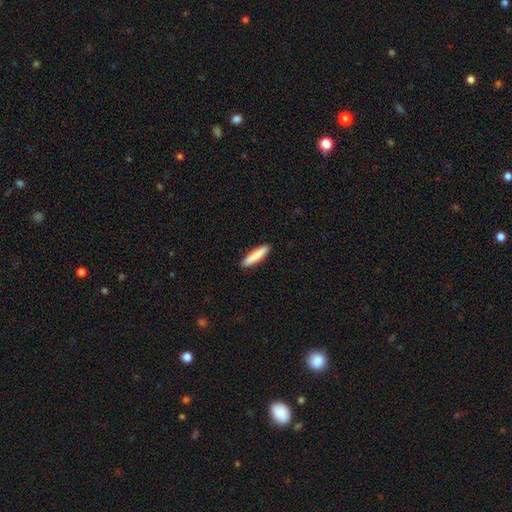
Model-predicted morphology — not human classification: A smooth galaxy with no disk features (86%) that is cigar-shaped (80%). Merging: none (91%).